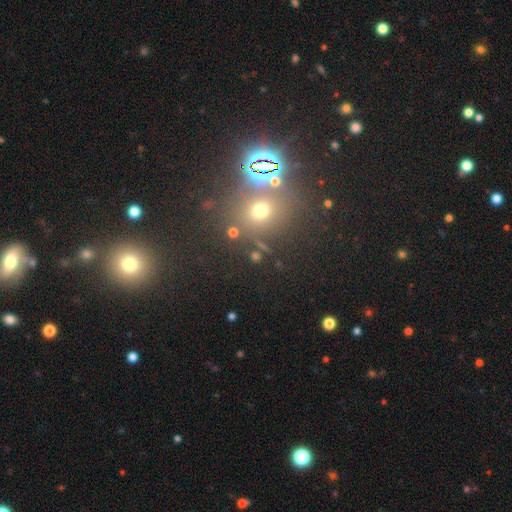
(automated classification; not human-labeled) This is possibly a star or artifact rather than a galaxy (46%).